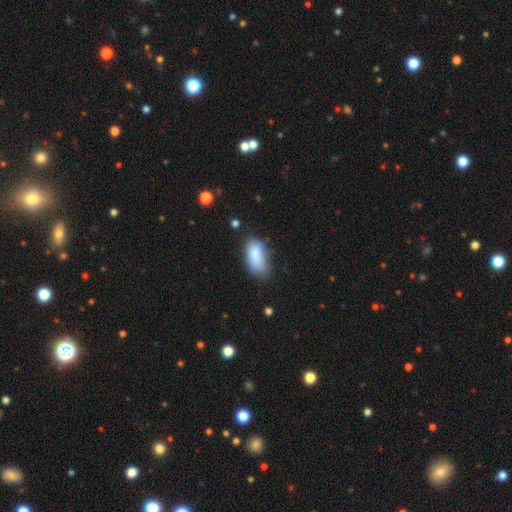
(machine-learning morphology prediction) type=smooth (83%); roundness=in between (92%); merging=none (50%).